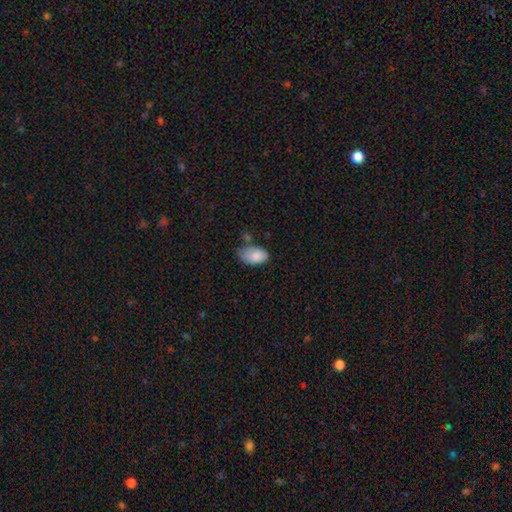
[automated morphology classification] Smooth or featured: smooth — 85% (featured or disk — 8%)
How rounded: in between — 94% (round — 5%)
Merging: none — 49% (minor disturbance — 35%)